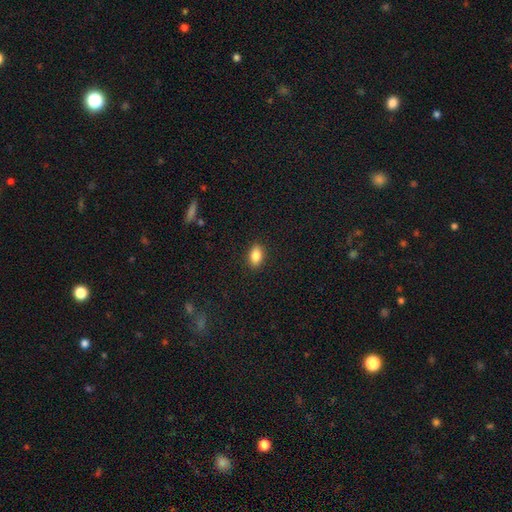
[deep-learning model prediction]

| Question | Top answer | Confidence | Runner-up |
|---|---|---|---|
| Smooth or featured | smooth | 85% | star or artifact (8%) |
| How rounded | in between | 88% | round (9%) |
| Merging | none | 89% | minor disturbance (8%) |